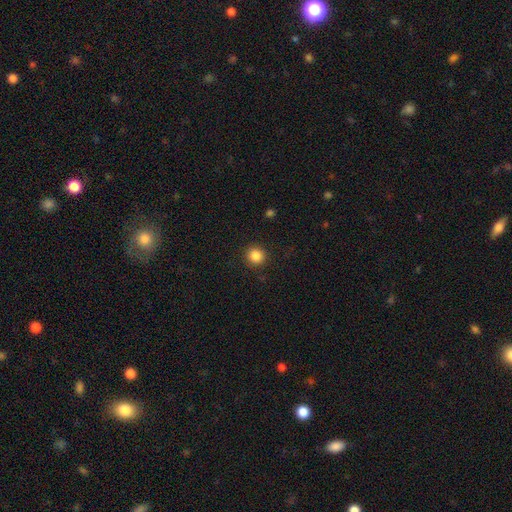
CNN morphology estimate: smooth 85%, star or artifact 11%, featured or disk 4%. Down the decision tree: how rounded — round (93%); merging — none (91%).